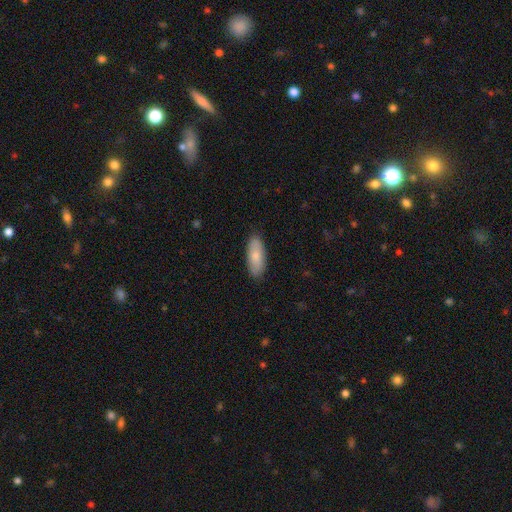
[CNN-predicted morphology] Smooth or featured? smooth (81%)
How rounded? in between (80%)
Merging? none (88%)